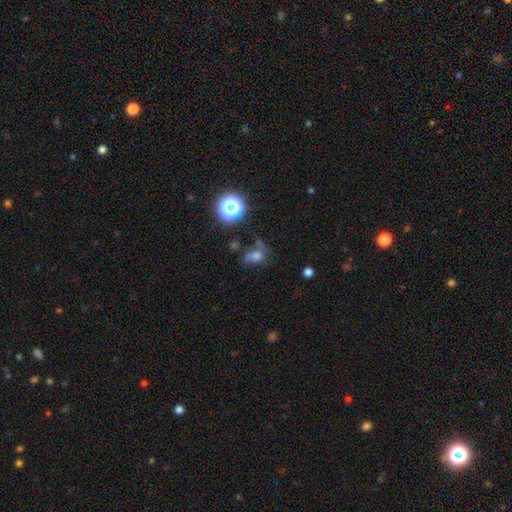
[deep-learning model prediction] This is likely a smooth galaxy (64%). How rounded: likely in between (64%). Merging: possibly none (45%).